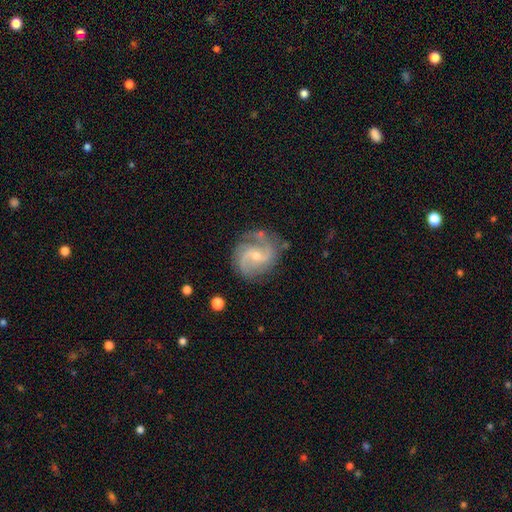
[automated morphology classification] Overall: featured or disk (87%). Edge-on disk: no (98%). Bar: no (46%; weak 43%). Spiral arms: yes (97%). Spiral arm count: 2 (73%). Spiral winding: medium (52%; tight 27%). Bulge size: small (64%; moderate 33%). Merging: none (75%).